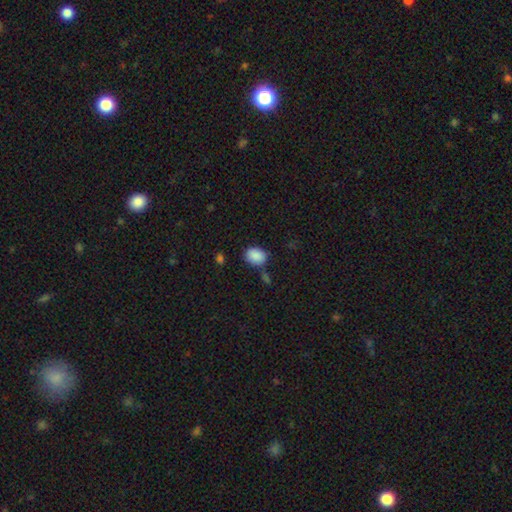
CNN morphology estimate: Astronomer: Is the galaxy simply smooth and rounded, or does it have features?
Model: smooth — 88%.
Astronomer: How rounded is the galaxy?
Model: in between — 68%.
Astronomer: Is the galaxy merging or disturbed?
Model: none — 70%.